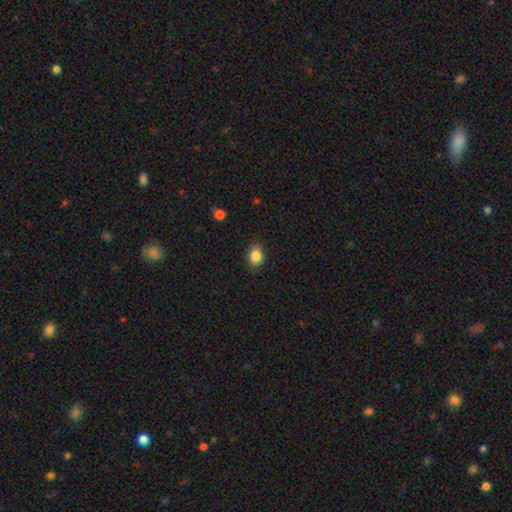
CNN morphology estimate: This appears to be a smooth galaxy with no disk features (86%) that is in between round and cigar-shaped (56%). Merging: none (87%).